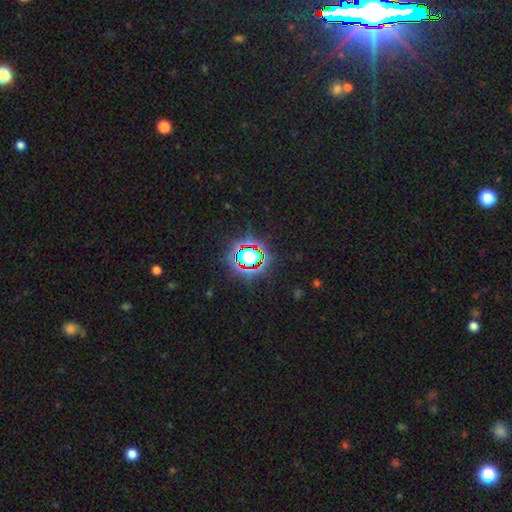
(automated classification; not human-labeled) A star or artifact, not a galaxy (69%).